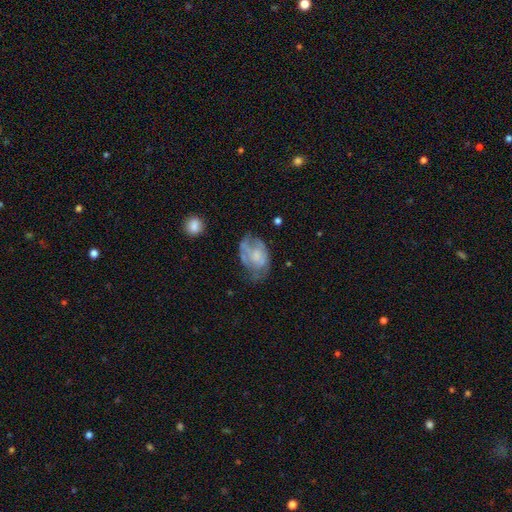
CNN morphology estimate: The model was most divided on "spiral arms": yes: 52%, no: 48%. Remaining: edge-on disk — no (97%); bar — no (77%); smooth or featured — featured or disk (56%); merging — none (43%); bulge size — none (34%).